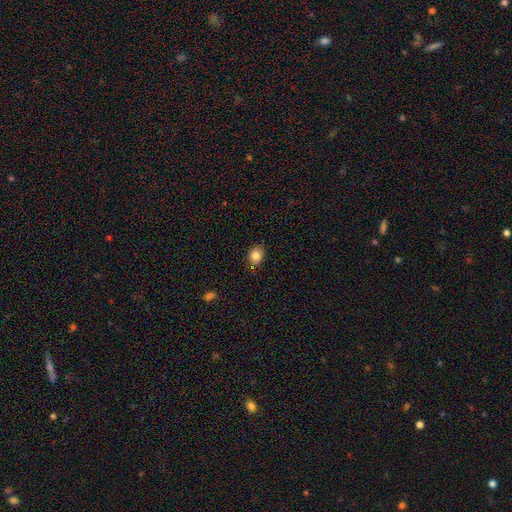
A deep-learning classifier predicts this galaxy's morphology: type=smooth (82%); roundness=round (53%); merging=none (83%).